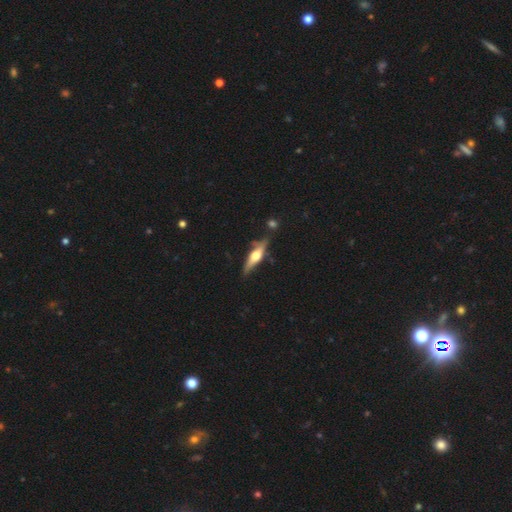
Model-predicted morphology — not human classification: Overall: featured or disk (64%; smooth 30%). Edge-on disk: yes (94%). Edge-on bulge: rounded (90%). Merging: none (75%).